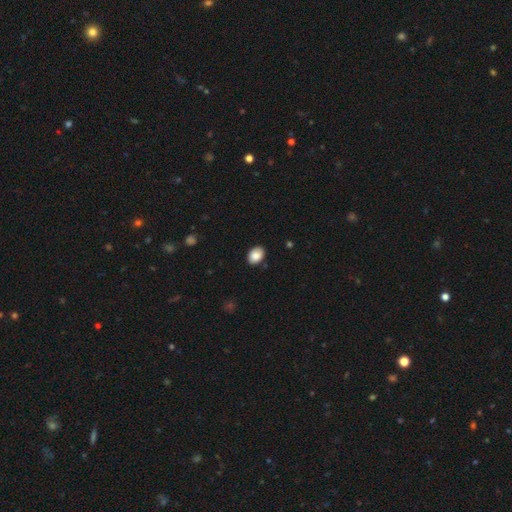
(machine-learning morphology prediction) type=smooth (88%); roundness=in between (75%); merging=none (87%).